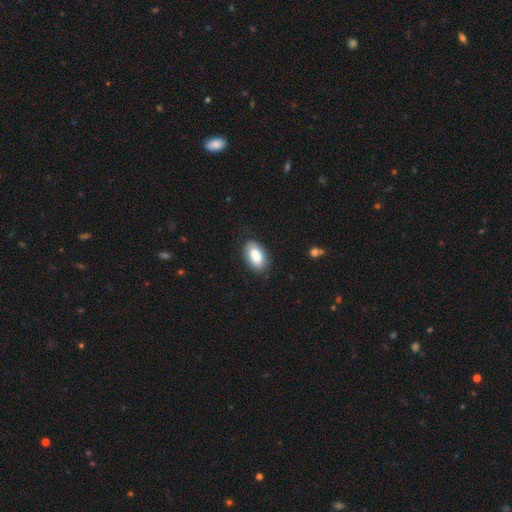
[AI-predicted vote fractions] Q: Smooth or featured?
A: smooth (84%); runner-up: featured or disk (9%)
Q: How rounded?
A: in between (94%); runner-up: round (4%)
Q: Merging?
A: none (81%); runner-up: minor disturbance (15%)